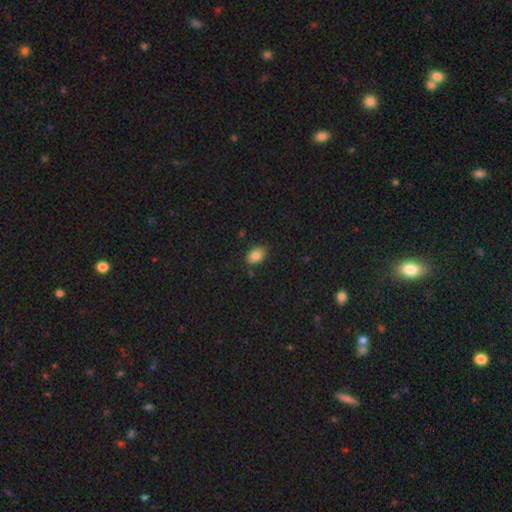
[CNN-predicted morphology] smooth 83%, star or artifact 9%, featured or disk 8%. Down the decision tree: how rounded — in between (85%); merging — none (80%).